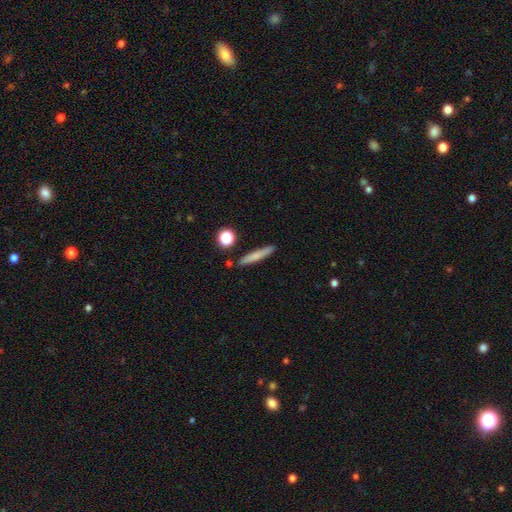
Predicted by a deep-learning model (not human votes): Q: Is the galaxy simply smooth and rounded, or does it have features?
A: smooth — 71%.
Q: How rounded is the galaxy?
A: cigar-shaped — 91%.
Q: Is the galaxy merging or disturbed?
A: none — 87%.